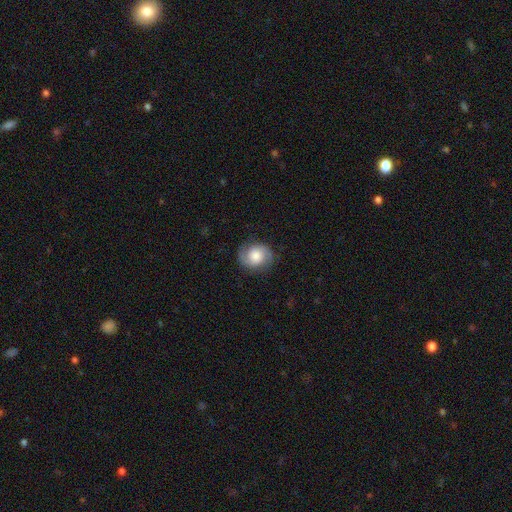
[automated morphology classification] Smooth or featured: featured or disk — 60% (smooth — 31%)
Edge-on disk: no — 98% (yes — 2%)
Bar: no — 71% (weak — 24%)
Spiral arms: yes — 92% (no — 8%)
Spiral winding: medium — 45% (tight — 37%)
Spiral arm count: 2 — 89% (can't tell — 5%)
Bulge size: moderate — 46% (large — 27%)
Merging: none — 81% (minor disturbance — 13%)